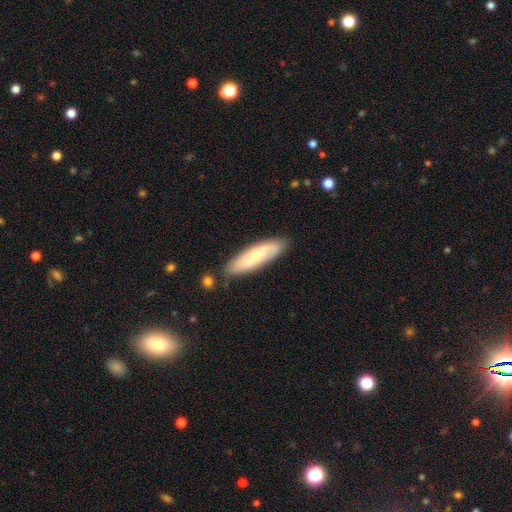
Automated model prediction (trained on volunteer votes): A smooth galaxy with no disk features (51%) that is cigar-shaped (65%). Merging: none (81%).